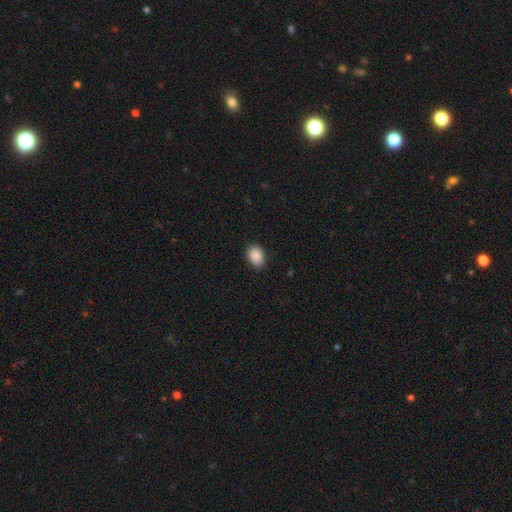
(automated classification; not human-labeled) The model was most divided on "how rounded": in between: 69%, round: 30%, cigar-shaped: 1%. More confident: smooth or featured — smooth (89%); merging — none (87%).